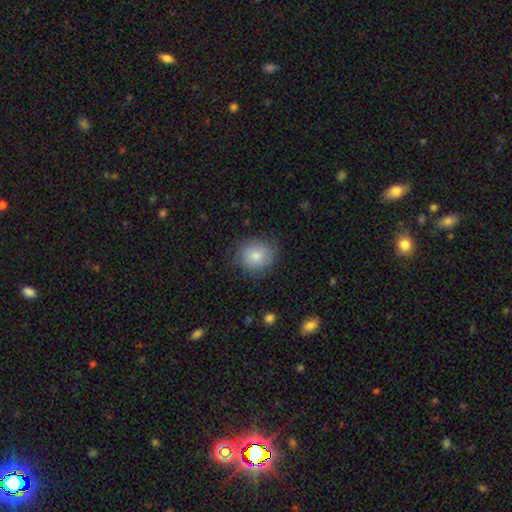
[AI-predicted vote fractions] Smooth or featured? Predicted: smooth (p=0.82). How rounded? Predicted: round (p=0.82). Merging? Predicted: none (p=0.79).